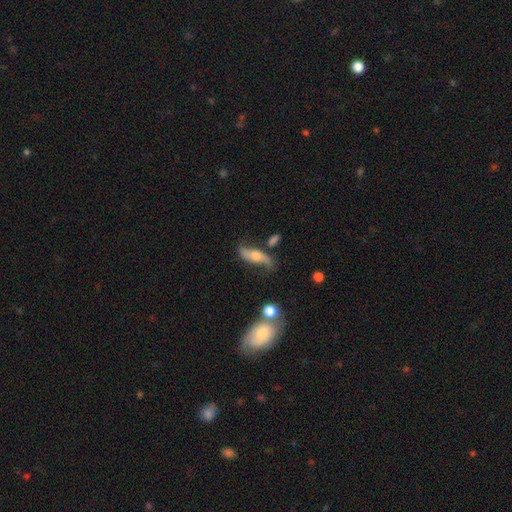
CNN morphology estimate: This is likely a featured or disk galaxy (72%). It is likely not viewed edge-on (79%). Bar: likely no (61%). Spiral arm pattern: clearly yes (90%). Spiral arm count: clearly 2 (91%). Spiral winding: clearly loose (85%). Central bulge: likely moderate (61%). Merging: likely none (63%).